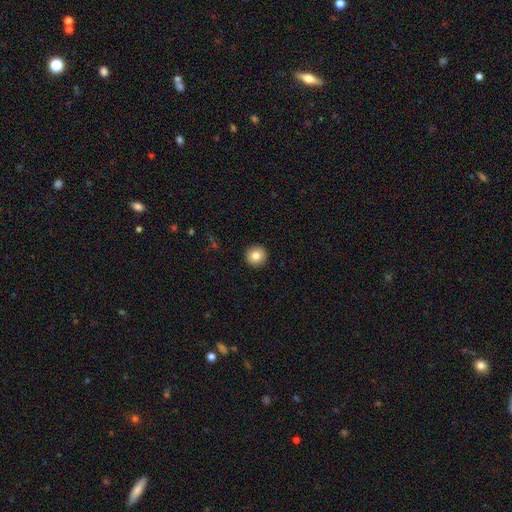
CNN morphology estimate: The model was most divided on "smooth or featured": smooth: 82%, star or artifact: 9%, featured or disk: 9%. More confident: how rounded — round (96%); merging — none (94%).